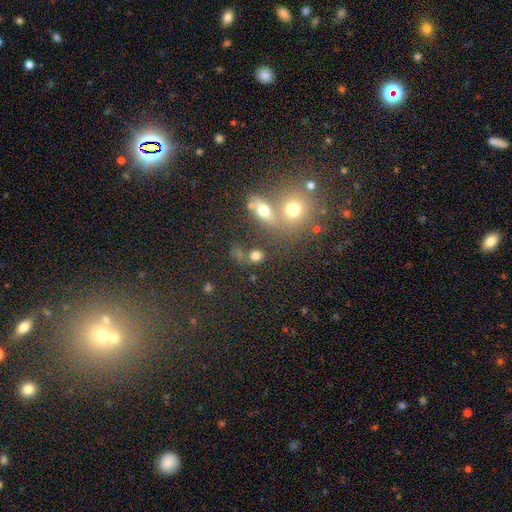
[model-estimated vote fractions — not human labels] Morphology: type=smooth (75%); roundness=round (68%); merging=none (62%).